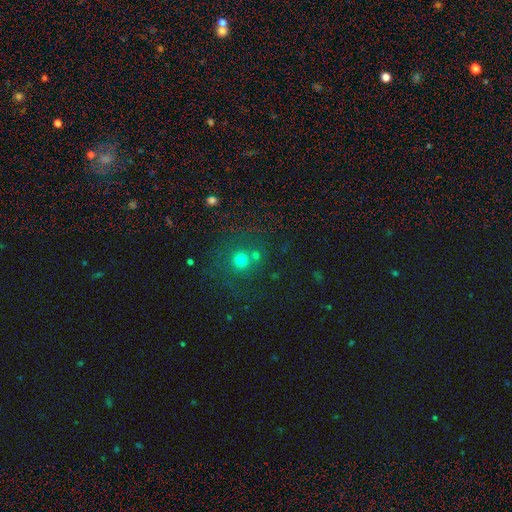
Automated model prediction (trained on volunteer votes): Overall: smooth (53%; star or artifact 30%). How rounded: round (90%). Merging: none (66%).